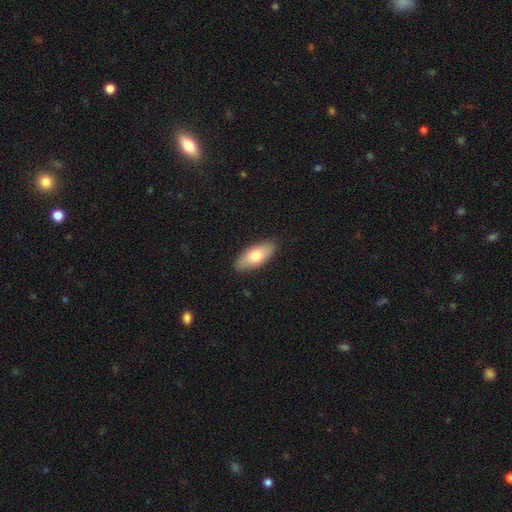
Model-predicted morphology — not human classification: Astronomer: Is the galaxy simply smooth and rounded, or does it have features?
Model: smooth — 73%.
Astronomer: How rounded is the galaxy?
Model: in between — 84%.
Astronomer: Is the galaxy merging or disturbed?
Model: none — 88%.